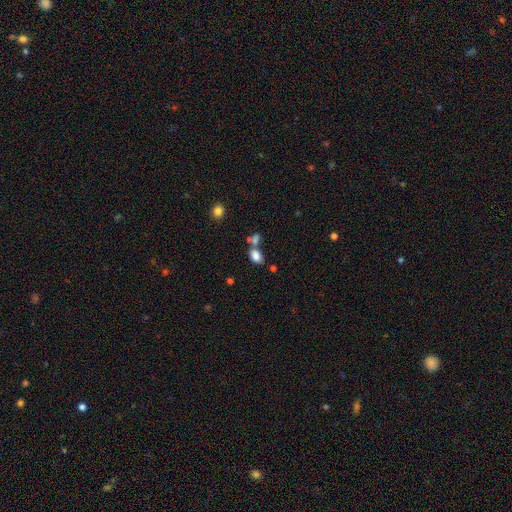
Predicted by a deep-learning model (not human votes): smooth 82%, star or artifact 10%, featured or disk 8%. Down the decision tree: how rounded — in between (87%); merging — none (45%).